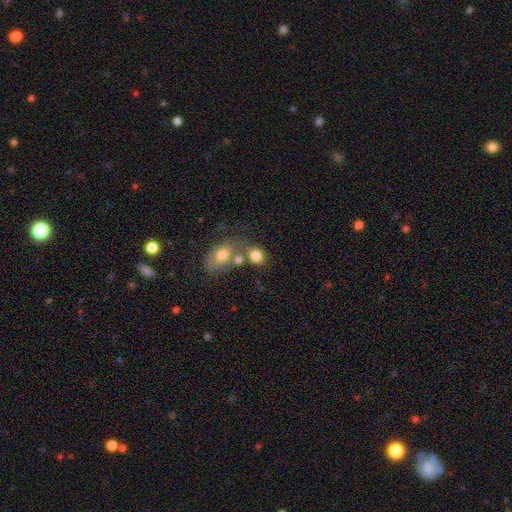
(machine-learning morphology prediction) This is likely a smooth galaxy (79%). How rounded: possibly in between (50%). Merging: possibly none (46%).